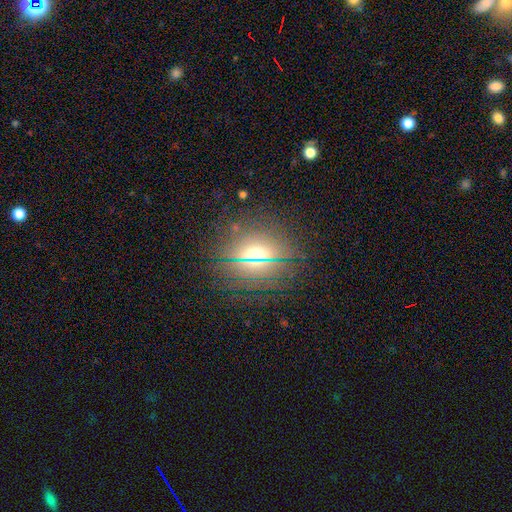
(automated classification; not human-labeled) smooth-or-featured: smooth: 45% | star or artifact: 35% | featured or disk: 19%
  merging: none: 85% | minor disturbance: 9% | major disturbance: 4% | merger: 2%